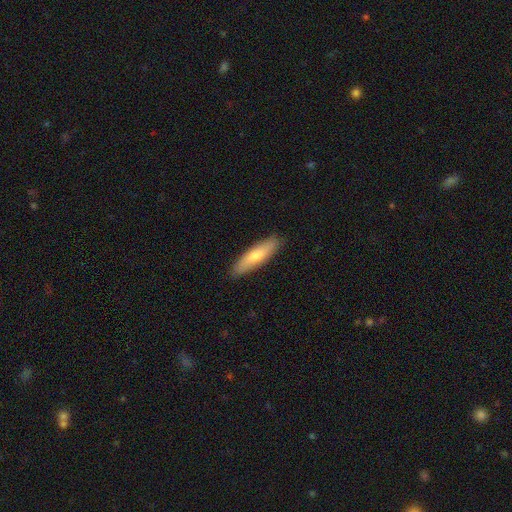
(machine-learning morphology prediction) Q: Smooth or featured?
A: smooth (69%); runner-up: featured or disk (26%)
Q: How rounded?
A: cigar-shaped (69%); runner-up: in between (30%)
Q: Merging?
A: none (88%); runner-up: minor disturbance (9%)